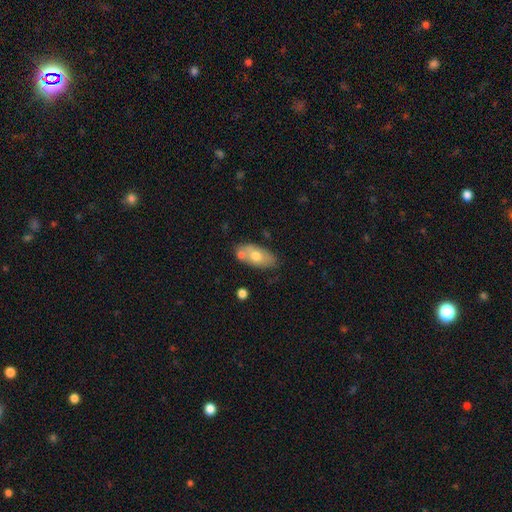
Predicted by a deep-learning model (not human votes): This is likely a smooth galaxy (64%). How rounded: clearly in between (89%). Merging: possibly none (59%).